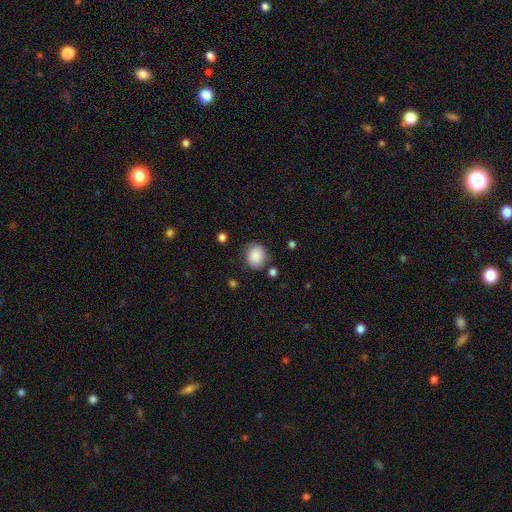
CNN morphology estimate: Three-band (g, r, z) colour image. It shows a smooth galaxy with no disk features (88%) that is round (77%). Merging: none (78%).